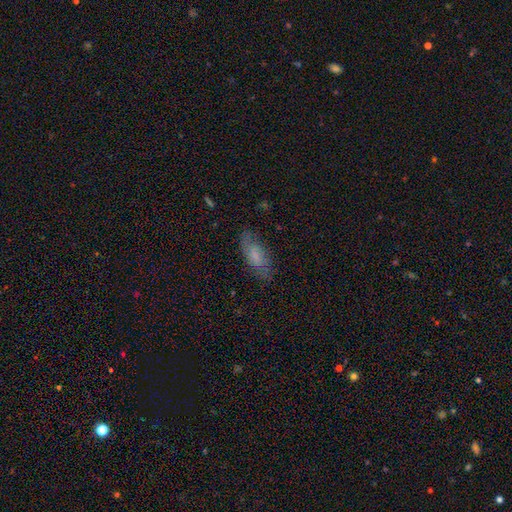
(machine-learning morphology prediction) Smooth or featured?
  - smooth: 53% *
  - featured or disk: 37%
  - star or artifact: 10%
How rounded?
  - in between: 77% *
  - cigar-shaped: 20%
  - round: 3%
Merging?
  - none: 74% *
  - minor disturbance: 18%
  - major disturbance: 6%
  - merger: 1%